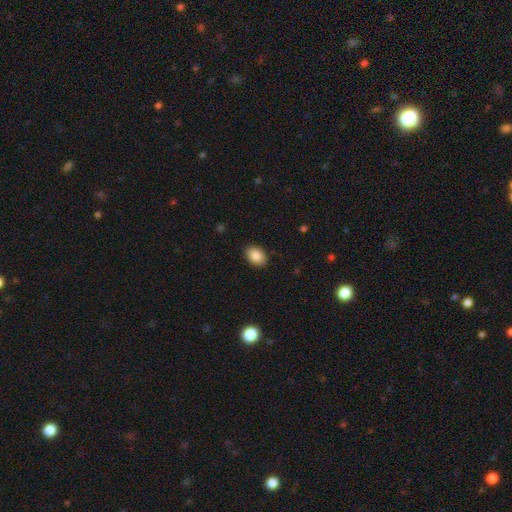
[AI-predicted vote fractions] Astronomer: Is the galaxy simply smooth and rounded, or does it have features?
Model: smooth — 87%.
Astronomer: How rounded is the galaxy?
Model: in between — 81%.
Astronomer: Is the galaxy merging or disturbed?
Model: none — 88%.